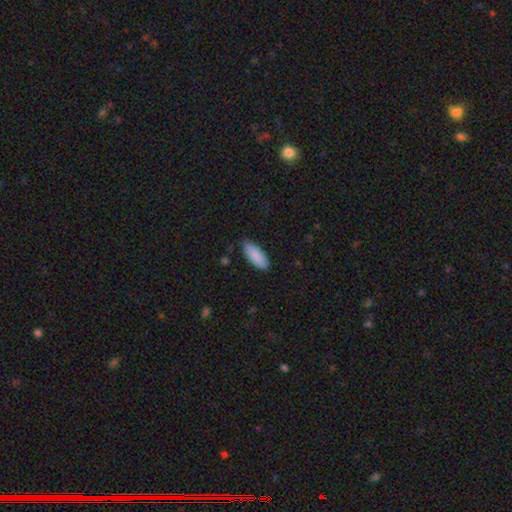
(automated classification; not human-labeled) Smooth or featured? Predicted: smooth (p=0.88). How rounded? Predicted: in between (p=0.79). Merging? Predicted: none (p=0.83).